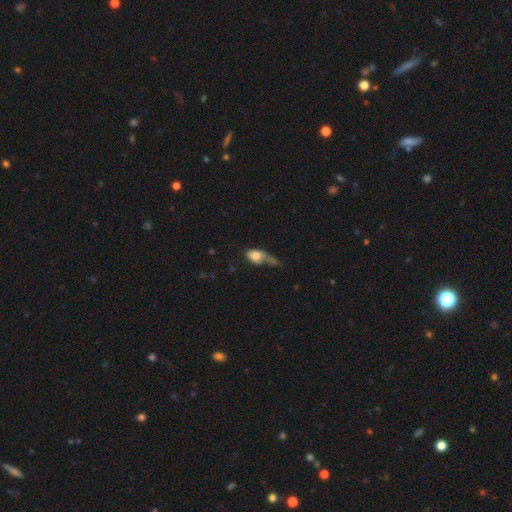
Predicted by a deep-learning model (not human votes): Morphology: type=smooth (70%); roundness=in between (73%); merging=major disturbance (42%).